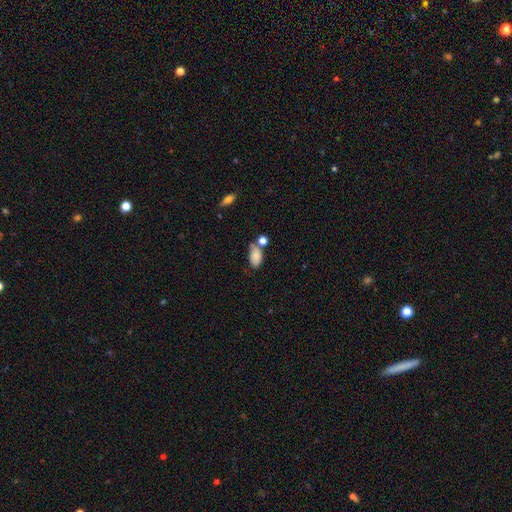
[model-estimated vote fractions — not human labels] Overall: smooth (83%). How rounded: in between (91%). Merging: none (47%; merger 25%).